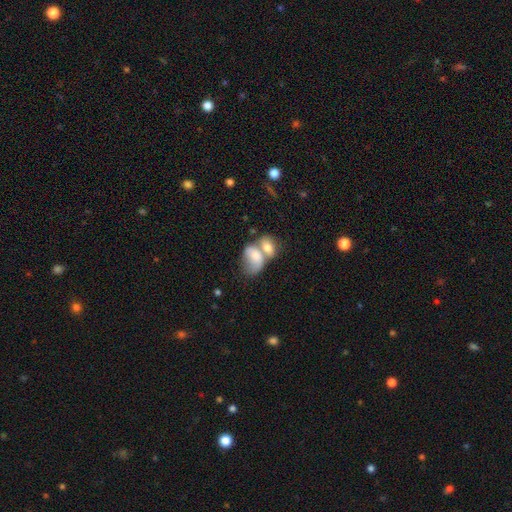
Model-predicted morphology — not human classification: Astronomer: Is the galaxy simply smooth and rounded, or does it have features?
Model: smooth — 71%.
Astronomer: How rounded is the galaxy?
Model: in between — 83%.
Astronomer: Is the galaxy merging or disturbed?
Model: merger — 71%.